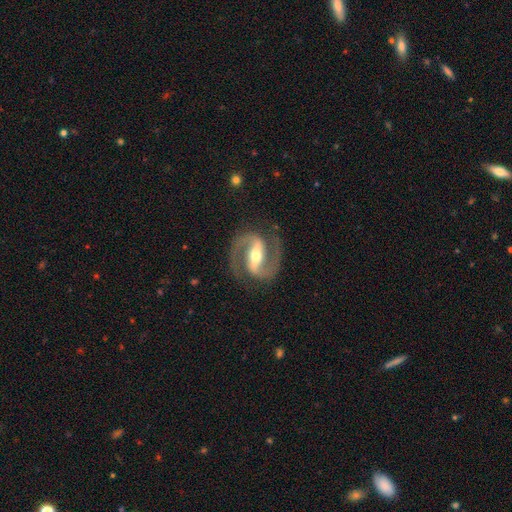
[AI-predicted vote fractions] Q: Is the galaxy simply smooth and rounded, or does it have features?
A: featured or disk — 93%.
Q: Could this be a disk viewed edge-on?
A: no — 97%.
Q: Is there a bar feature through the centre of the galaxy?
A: strong — 67%.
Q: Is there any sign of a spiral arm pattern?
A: yes — 98%.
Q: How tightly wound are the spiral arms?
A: medium — 63%.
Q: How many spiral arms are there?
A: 2 — 94%.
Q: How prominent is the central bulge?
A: moderate — 66%.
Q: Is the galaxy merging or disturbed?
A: none — 85%.